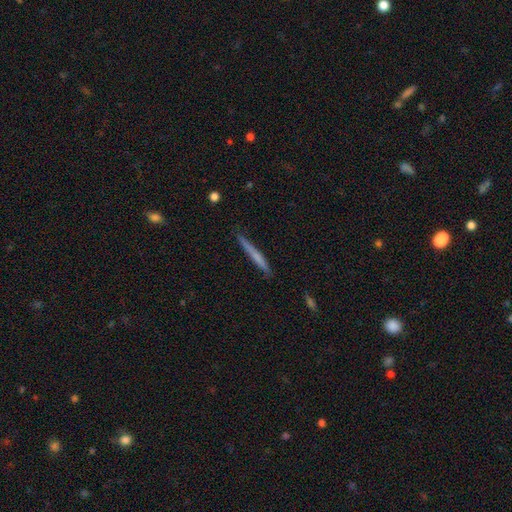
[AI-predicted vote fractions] smooth 55%, featured or disk 39%, star or artifact 6%. Down the decision tree: how rounded — cigar-shaped (97%); merging — none (87%).